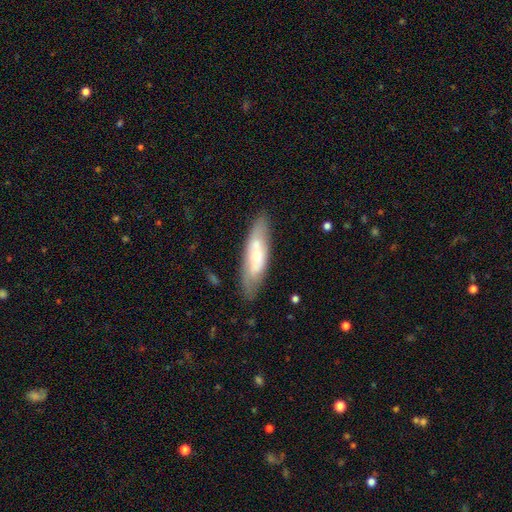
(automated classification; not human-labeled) Smooth or featured? Predicted: featured or disk (p=0.47, tied with smooth). Merging? Predicted: none (p=0.69).